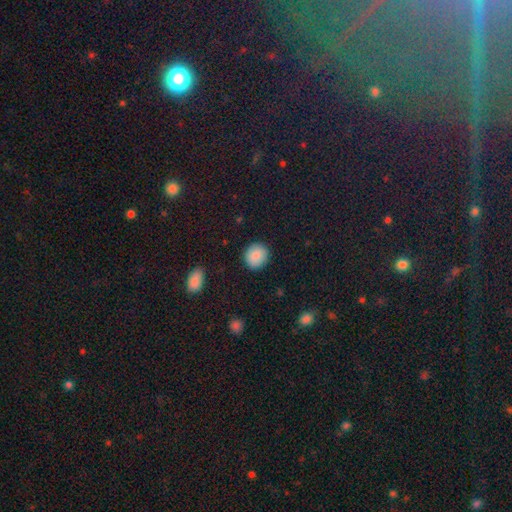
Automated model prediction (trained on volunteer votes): Smooth or featured? smooth (88%)
How rounded? round (85%)
Merging? none (89%)